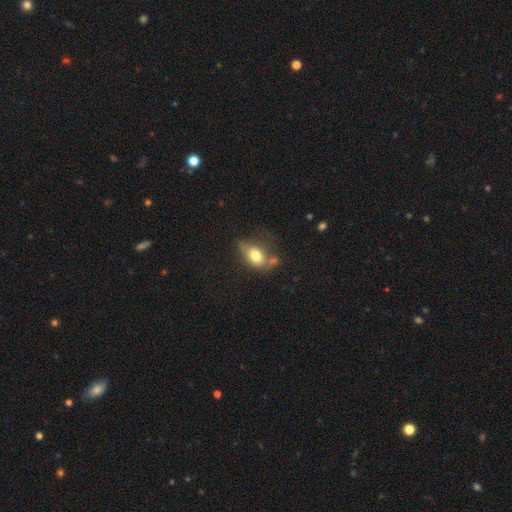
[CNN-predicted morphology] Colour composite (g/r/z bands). It shows a smooth galaxy with no disk features (74%) that is in between round and cigar-shaped (82%). Merging: none (37%).